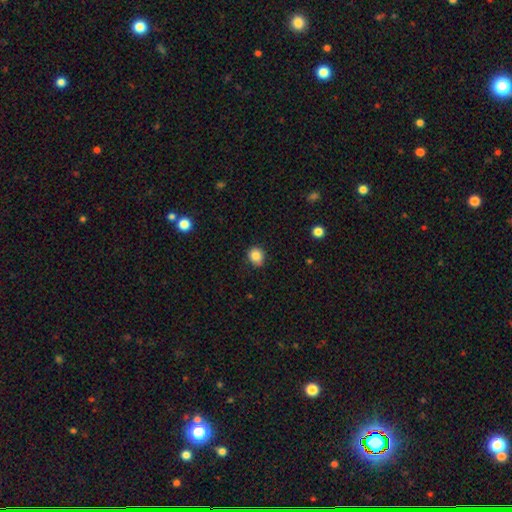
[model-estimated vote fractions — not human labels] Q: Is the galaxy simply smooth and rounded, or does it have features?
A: smooth — 84%.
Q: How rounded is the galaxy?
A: round — 76%.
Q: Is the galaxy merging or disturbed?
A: none — 77%.